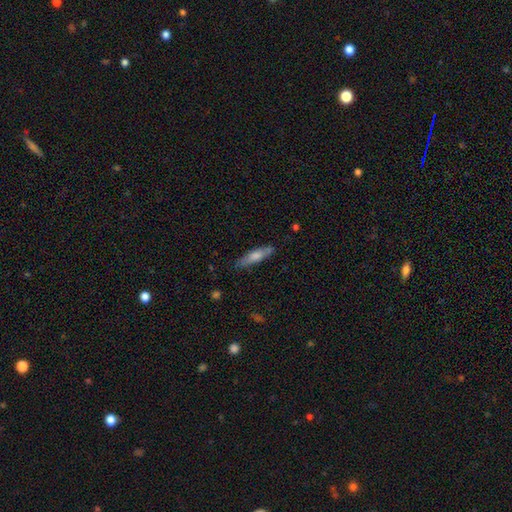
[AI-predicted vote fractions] Smooth or featured? smooth (56%)
How rounded? cigar-shaped (80%)
Merging? none (83%)